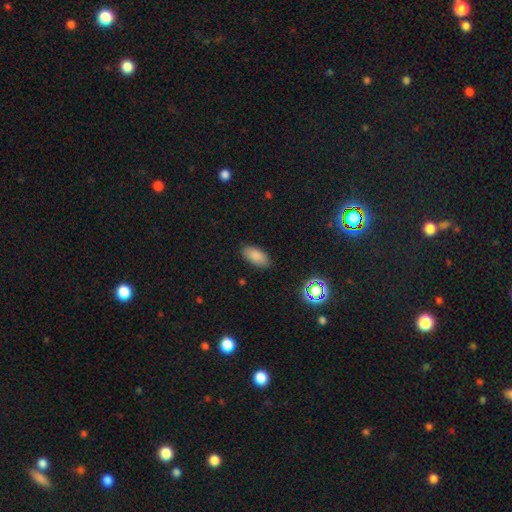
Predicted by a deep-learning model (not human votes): Morphology: type=smooth (85%); roundness=in between (92%); merging=none (87%).